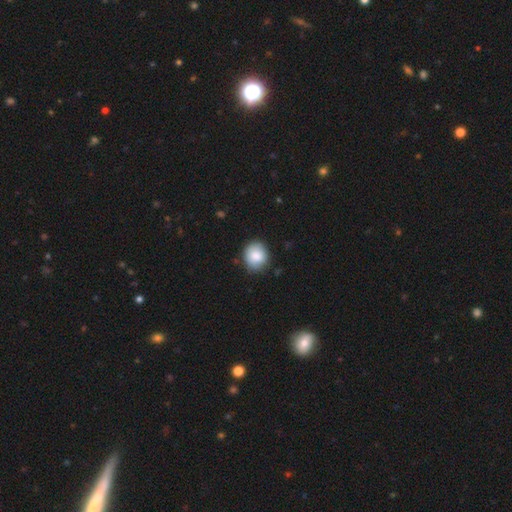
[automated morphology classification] A smooth galaxy with no disk features (85%) that is round (76%). Merging: none (82%).